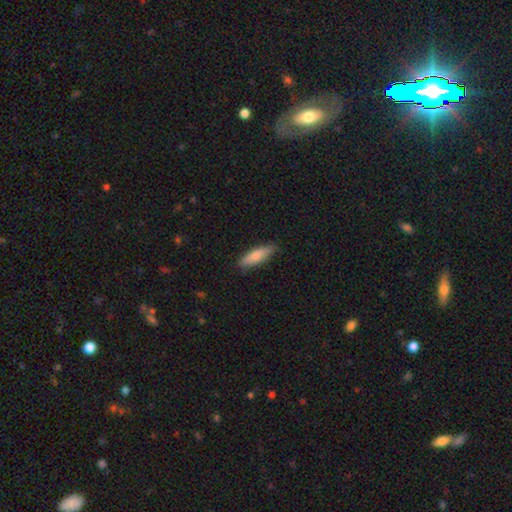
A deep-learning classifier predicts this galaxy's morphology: This appears to be a smooth galaxy with no disk features (70%) that is cigar-shaped (62%). Merging: none (85%).